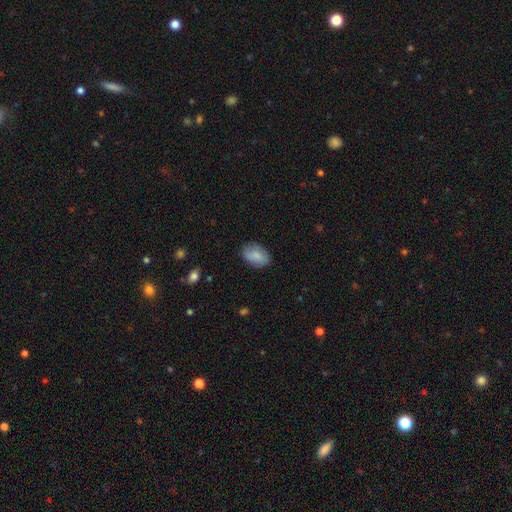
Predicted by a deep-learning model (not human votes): A smooth galaxy with no disk features (82%) that is in between round and cigar-shaped (89%). Merging: none (79%).